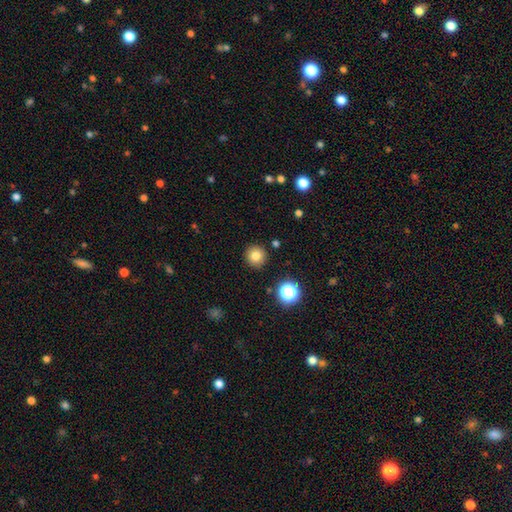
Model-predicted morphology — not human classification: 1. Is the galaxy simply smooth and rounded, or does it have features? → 80% smooth, 13% star or artifact, 7% featured or disk.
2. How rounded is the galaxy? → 94% round, 5% in between, 1% cigar-shaped.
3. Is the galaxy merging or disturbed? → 90% none, 6% minor disturbance, 2% major disturbance, 2% merger.